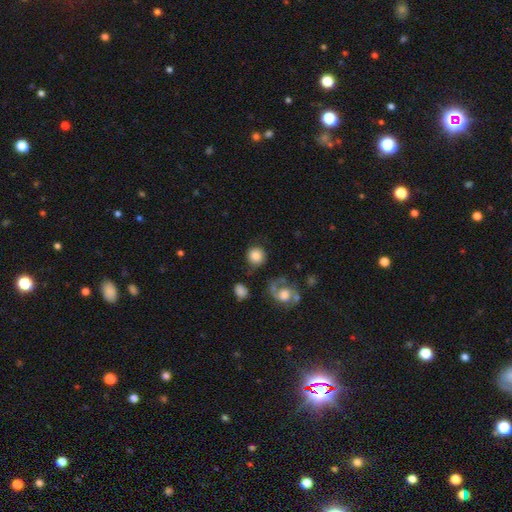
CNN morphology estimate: smooth 80%, featured or disk 11%, star or artifact 9%. Down the decision tree: how rounded — round (89%); merging — none (73%).